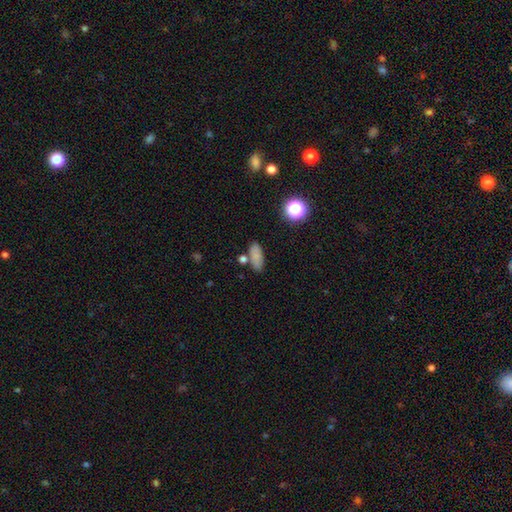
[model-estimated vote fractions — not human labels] Smooth or featured? Predicted: smooth (p=0.78). How rounded? Predicted: in between (p=0.77). Merging? Predicted: none (p=0.72).